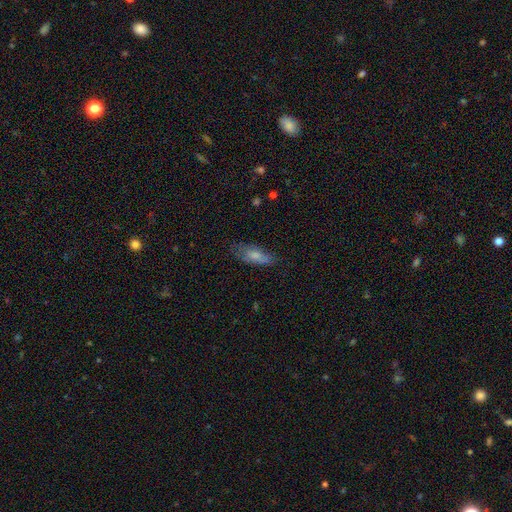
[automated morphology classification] This appears to be a smooth galaxy with no disk features (70%) that is in between round and cigar-shaped (71%). Merging: none (56%).